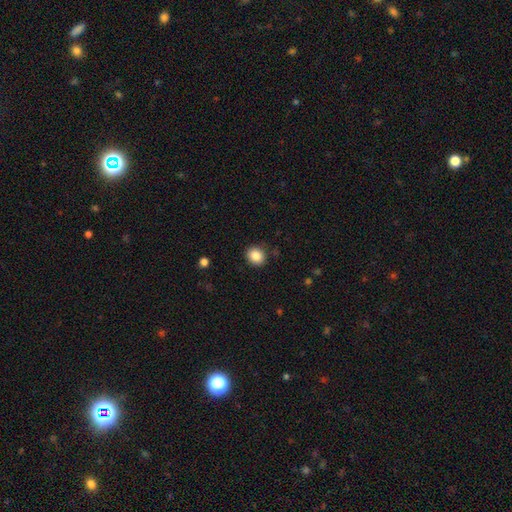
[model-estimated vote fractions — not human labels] Smooth or featured? smooth (86%)
How rounded? round (73%)
Merging? none (89%)